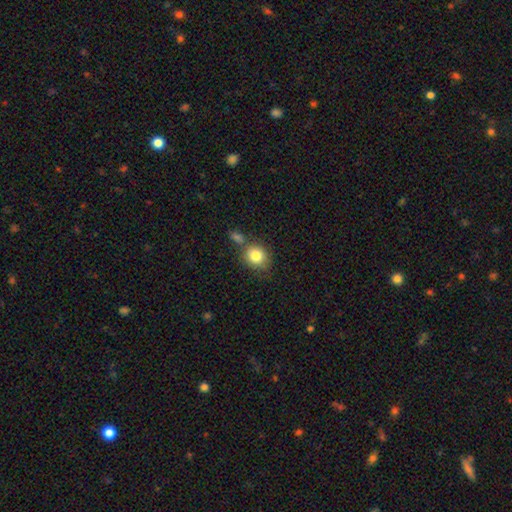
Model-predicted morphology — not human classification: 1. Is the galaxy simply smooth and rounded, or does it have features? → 83% smooth, 9% star or artifact, 8% featured or disk.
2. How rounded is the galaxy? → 70% round, 29% in between, 1% cigar-shaped.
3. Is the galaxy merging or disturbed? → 62% none, 18% merger, 15% minor disturbance, 5% major disturbance.